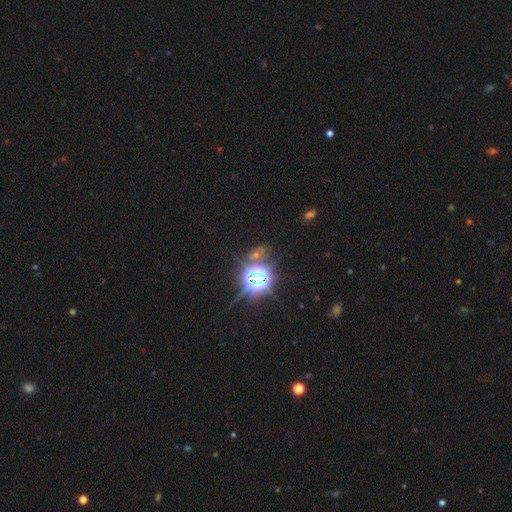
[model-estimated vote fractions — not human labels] star or artifact 75%, smooth 16%, featured or disk 9%.